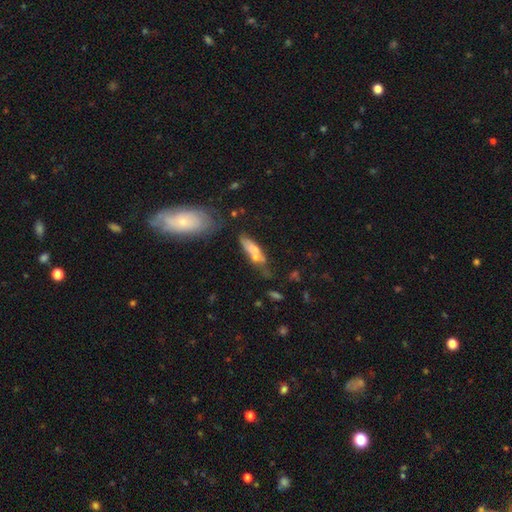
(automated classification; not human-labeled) A smooth galaxy with no disk features (53%) that is cigar-shaped (49%). Merging: none (50%).